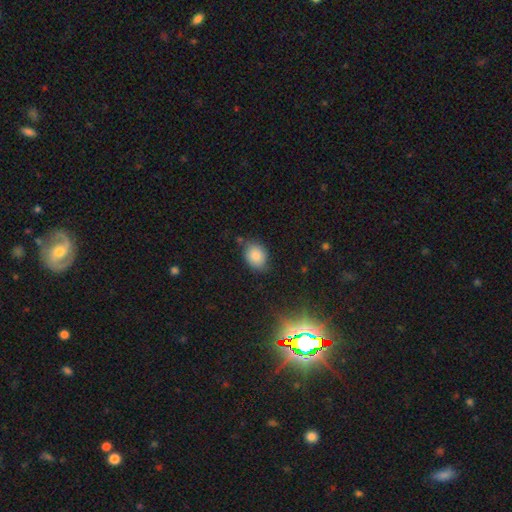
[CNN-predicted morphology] A smooth galaxy with no disk features (83%) that is in between round and cigar-shaped (58%).

Vote fractions:
- Smooth or featured? smooth: 83% / star or artifact: 10% / featured or disk: 7%
- How rounded? in between: 58% / round: 41% / cigar-shaped: 1%
- Merging? none: 72% / minor disturbance: 20% / major disturbance: 4% / merger: 4%